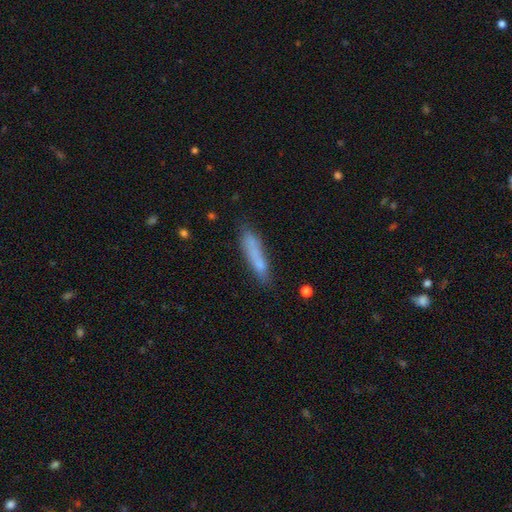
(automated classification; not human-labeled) Smooth or featured? Predicted: smooth (p=0.71). How rounded? Predicted: cigar-shaped (p=0.87). Merging? Predicted: none (p=0.69).